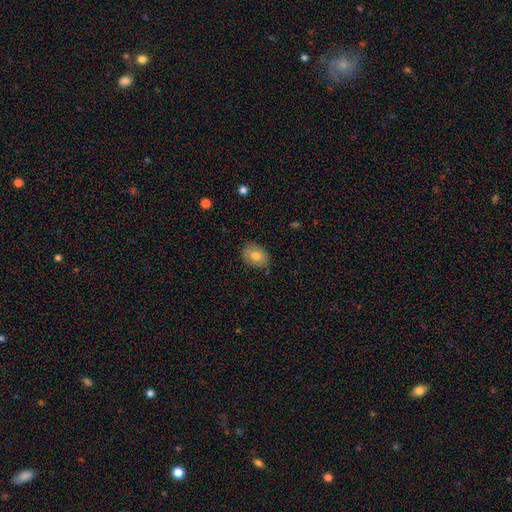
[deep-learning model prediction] A smooth galaxy with no disk features (73%) that is in between round and cigar-shaped (75%). Merging: none (81%).